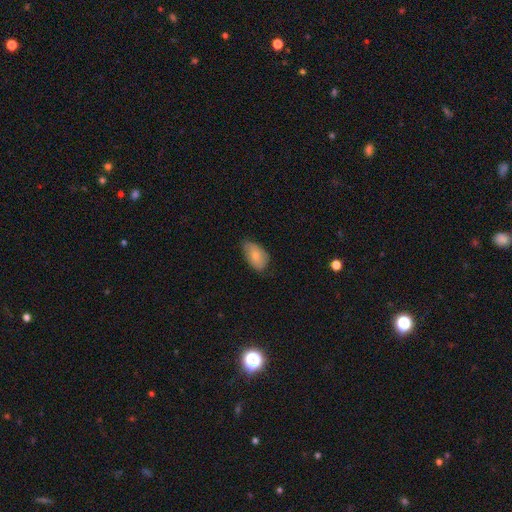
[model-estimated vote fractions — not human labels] This is likely a smooth galaxy (73%). How rounded: clearly in between (91%). Merging: likely none (65%).